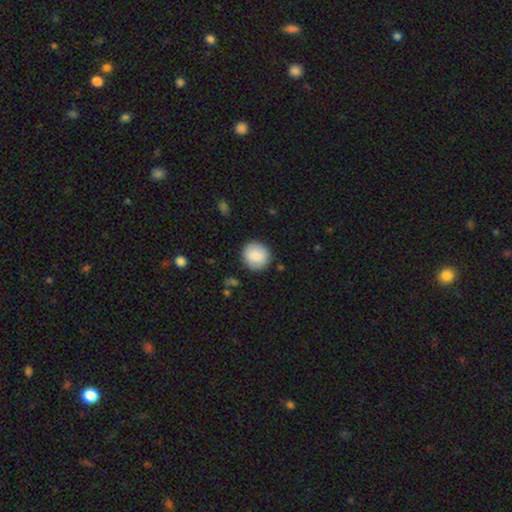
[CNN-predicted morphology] Q: Smooth or featured?
A: smooth (87%); runner-up: star or artifact (7%)
Q: How rounded?
A: round (90%); runner-up: in between (9%)
Q: Merging?
A: none (89%); runner-up: minor disturbance (7%)